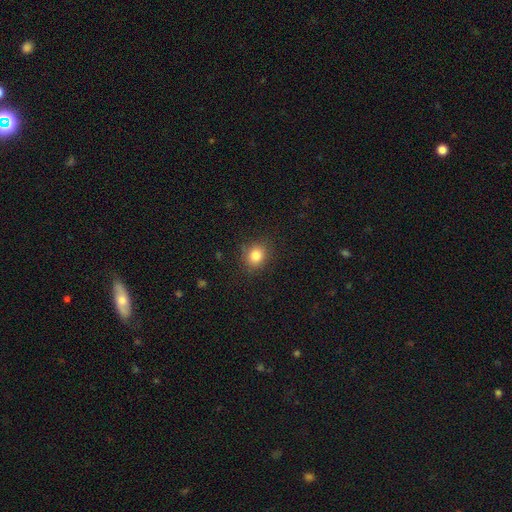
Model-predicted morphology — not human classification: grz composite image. It shows a smooth galaxy with no disk features (82%) that is round (74%). Merging: none (86%).